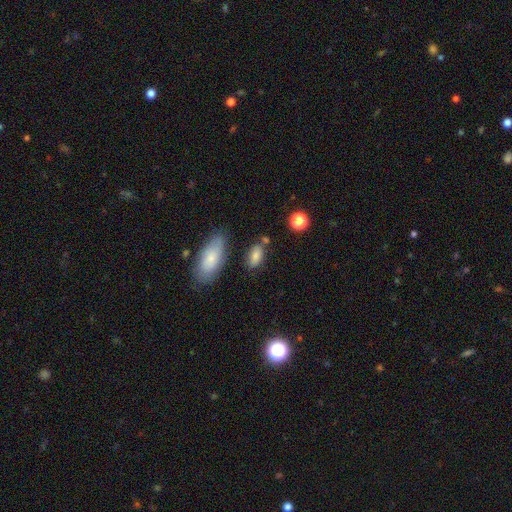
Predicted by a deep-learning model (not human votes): A smooth galaxy with no disk features (81%) that is in between round and cigar-shaped (88%).

Vote fractions:
- Smooth or featured? smooth: 81% / featured or disk: 10% / star or artifact: 9%
- How rounded? in between: 88% / round: 6% / cigar-shaped: 6%
- Merging? none: 70% / minor disturbance: 16% / merger: 9% / major disturbance: 5%